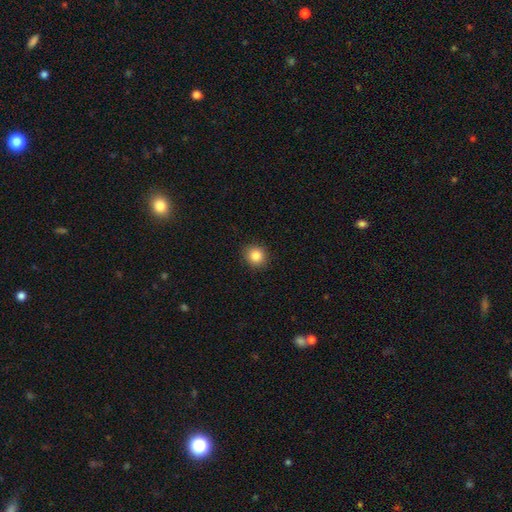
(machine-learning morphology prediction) smooth-or-featured: smooth: 85% | star or artifact: 10% | featured or disk: 5%
  how-rounded: round: 85% | in between: 14% | cigar-shaped: 1%
  merging: none: 91% | minor disturbance: 7% | major disturbance: 2% | merger: 1%